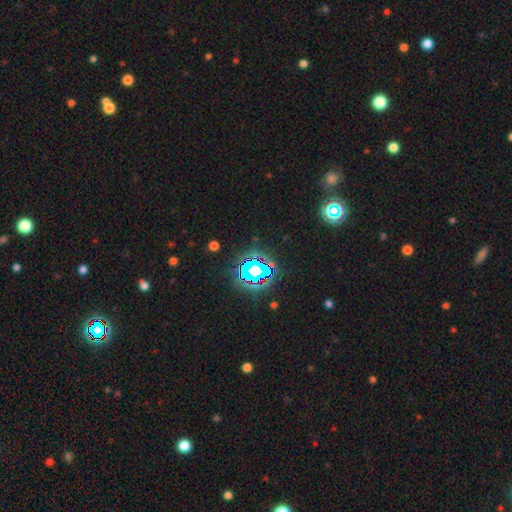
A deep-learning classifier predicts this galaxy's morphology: A star or artifact, not a galaxy (79%).

Vote fractions:
- Smooth or featured? star or artifact: 79% / smooth: 13% / featured or disk: 8%